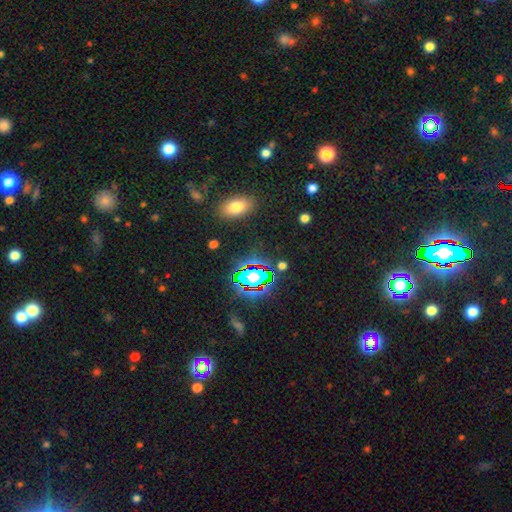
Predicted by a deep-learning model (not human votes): Smooth or featured: star or artifact — 58% (smooth — 32%)